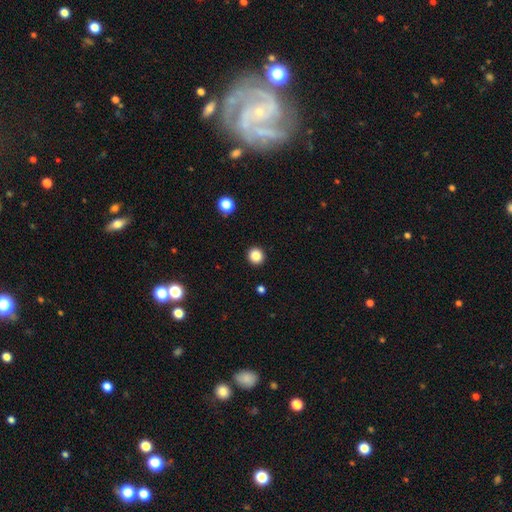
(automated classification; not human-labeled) This appears to be a smooth galaxy with no disk features (85%) that is round (93%). Merging: none (93%).